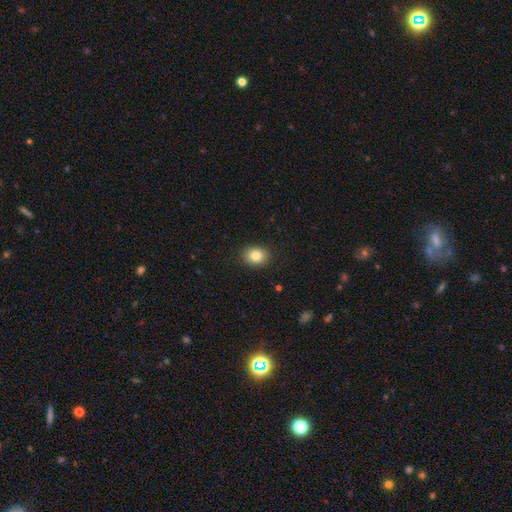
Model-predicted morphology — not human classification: Smooth or featured? Predicted: smooth (p=0.83). How rounded? Predicted: round (p=0.51). Merging? Predicted: none (p=0.89).